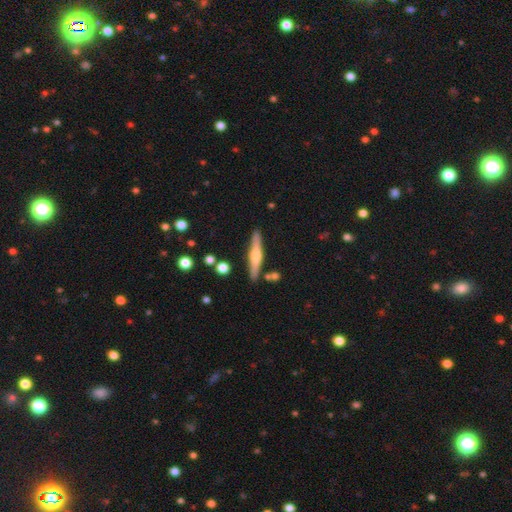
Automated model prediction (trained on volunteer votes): A featured or disk galaxy (58%) viewed edge-on (96%) with a rounded central bulge (88%). Merging: none (86%).